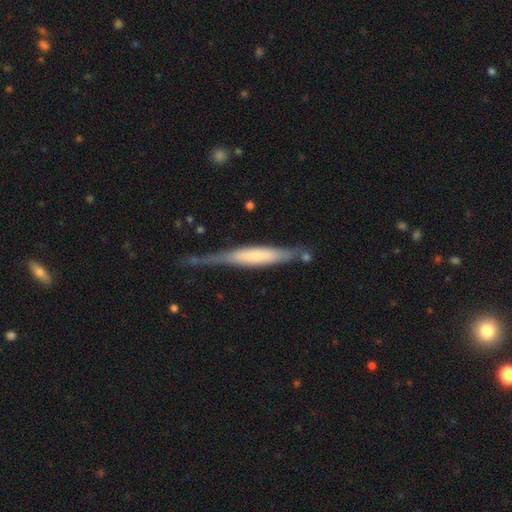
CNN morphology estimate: This appears to be a featured or disk galaxy (49%). Merging: none (53%).